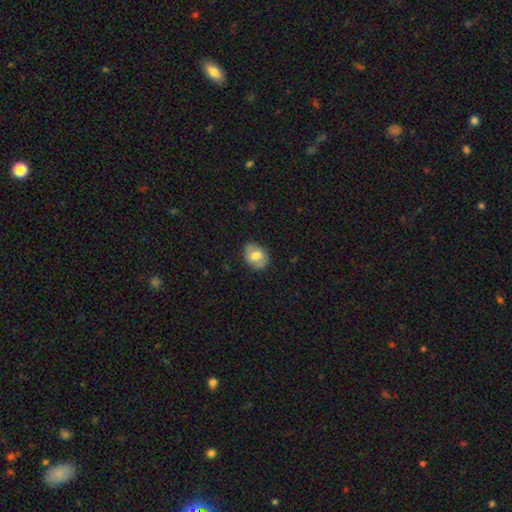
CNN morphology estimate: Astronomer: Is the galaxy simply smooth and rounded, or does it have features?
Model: smooth — 69%.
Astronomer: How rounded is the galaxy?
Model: in between — 62% (runner-up: round, 37%).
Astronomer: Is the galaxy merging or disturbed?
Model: none — 81%.